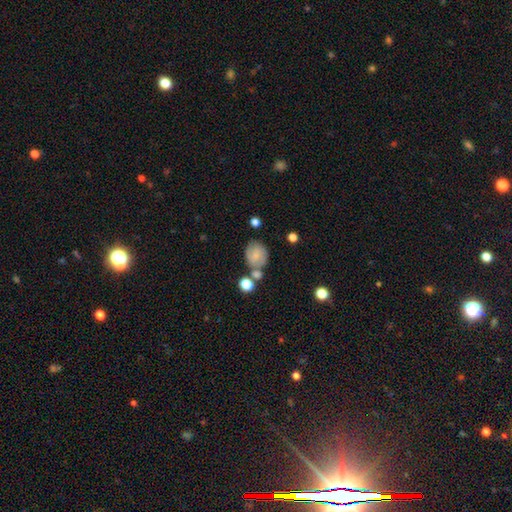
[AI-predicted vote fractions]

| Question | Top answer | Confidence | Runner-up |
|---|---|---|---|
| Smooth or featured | smooth | 64% | featured or disk (27%) |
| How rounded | round | 52% | in between (46%) |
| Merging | none | 55% | minor disturbance (20%) |